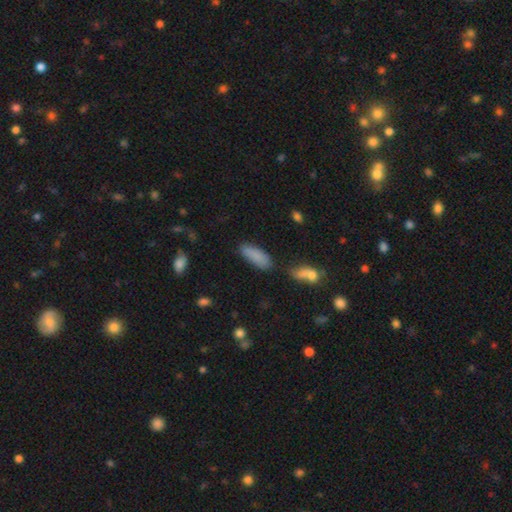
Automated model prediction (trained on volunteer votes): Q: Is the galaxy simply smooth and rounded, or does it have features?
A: smooth — 85%.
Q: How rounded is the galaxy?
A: in between — 70%.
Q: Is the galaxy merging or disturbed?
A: none — 70%.